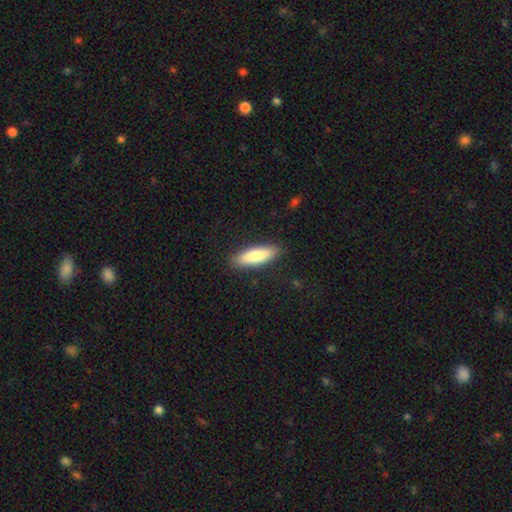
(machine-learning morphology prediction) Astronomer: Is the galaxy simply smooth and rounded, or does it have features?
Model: smooth — 80%.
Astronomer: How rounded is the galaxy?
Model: cigar-shaped — 53% (runner-up: in between, 46%).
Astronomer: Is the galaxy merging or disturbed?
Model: none — 88%.